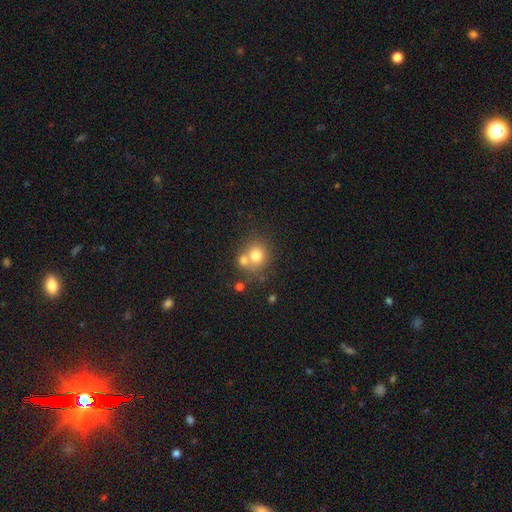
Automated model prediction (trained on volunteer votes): Smooth or featured? smooth (75%)
How rounded? round (81%)
Merging? none (48%)